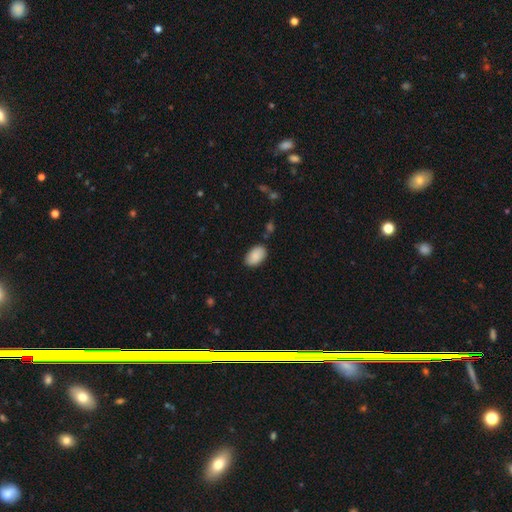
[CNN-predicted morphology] Smooth or featured: smooth — 90% (star or artifact — 6%)
How rounded: in between — 94% (round — 5%)
Merging: none — 85% (minor disturbance — 11%)